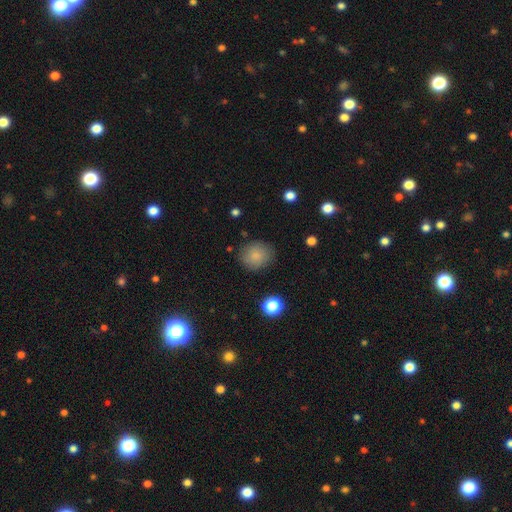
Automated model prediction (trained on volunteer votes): Smooth or featured?
  - smooth: 84% *
  - star or artifact: 9%
  - featured or disk: 7%
How rounded?
  - round: 74% *
  - in between: 25%
  - cigar-shaped: 1%
Merging?
  - none: 82% *
  - minor disturbance: 12%
  - major disturbance: 4%
  - merger: 2%